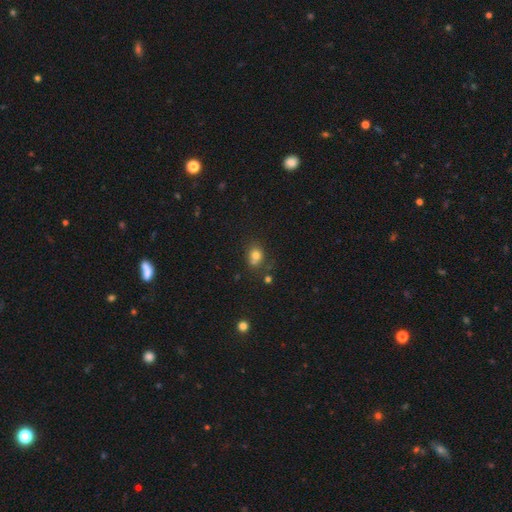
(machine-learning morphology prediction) A smooth galaxy with no disk features (76%) that is round (63%). Merging: none (53%).